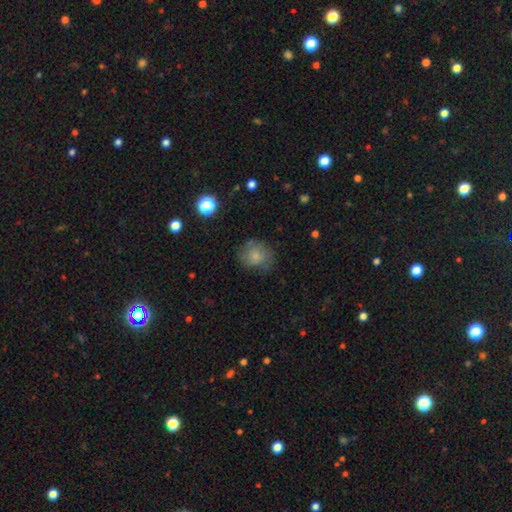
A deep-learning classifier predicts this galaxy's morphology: This appears to be a smooth galaxy with no disk features (72%) that is round (73%). Merging: none (61%).